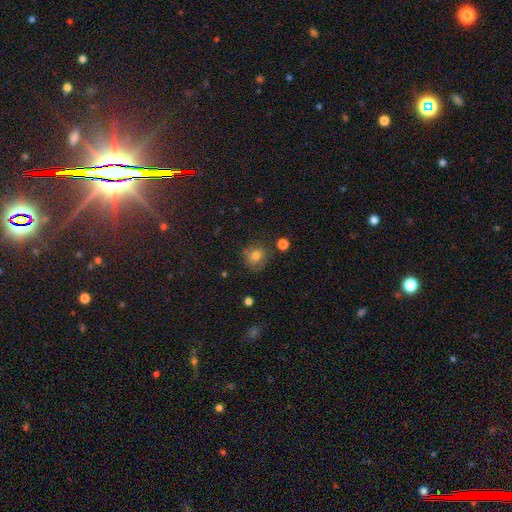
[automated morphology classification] The model was most divided on "merging": none: 71%, minor disturbance: 19%, major disturbance: 6%, merger: 4%. More confident: how rounded — round (83%); smooth or featured — smooth (75%).